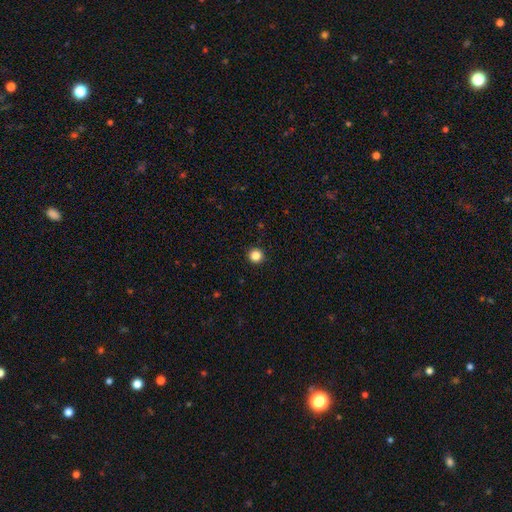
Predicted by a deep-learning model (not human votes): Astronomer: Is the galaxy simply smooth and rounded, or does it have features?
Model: smooth — 85%.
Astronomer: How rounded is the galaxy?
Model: round — 96%.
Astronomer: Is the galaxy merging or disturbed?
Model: none — 94%.